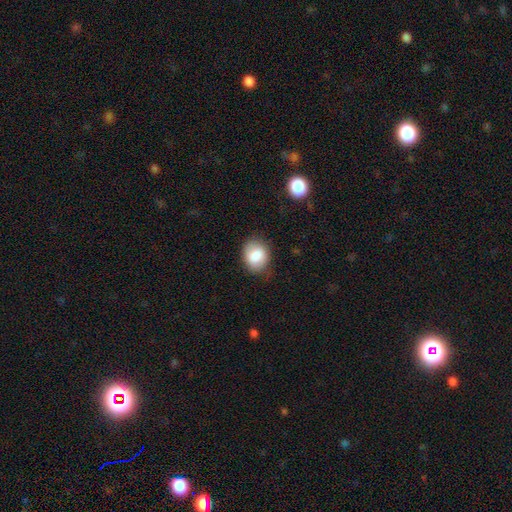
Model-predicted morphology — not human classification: Q: Smooth or featured?
A: smooth (84%); runner-up: featured or disk (8%)
Q: How rounded?
A: in between (52%); runner-up: round (48%)
Q: Merging?
A: none (77%); runner-up: minor disturbance (18%)